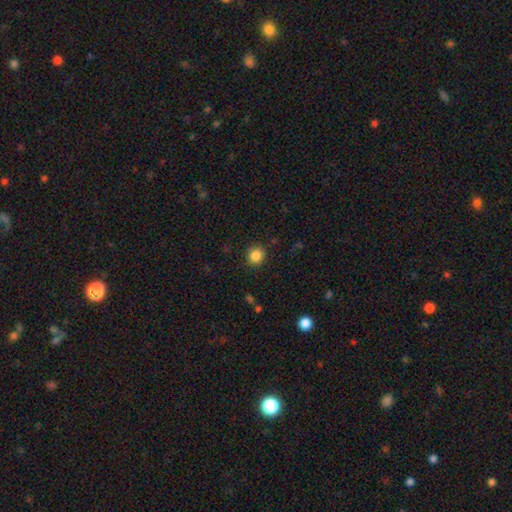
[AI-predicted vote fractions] A smooth galaxy with no disk features (85%) that is round (87%). Merging: none (89%).